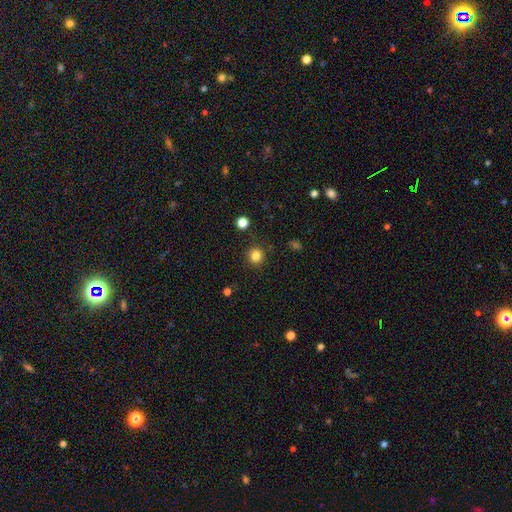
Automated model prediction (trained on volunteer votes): Q: Smooth or featured?
A: smooth (83%); runner-up: star or artifact (13%)
Q: How rounded?
A: round (93%); runner-up: in between (6%)
Q: Merging?
A: none (90%); runner-up: minor disturbance (6%)